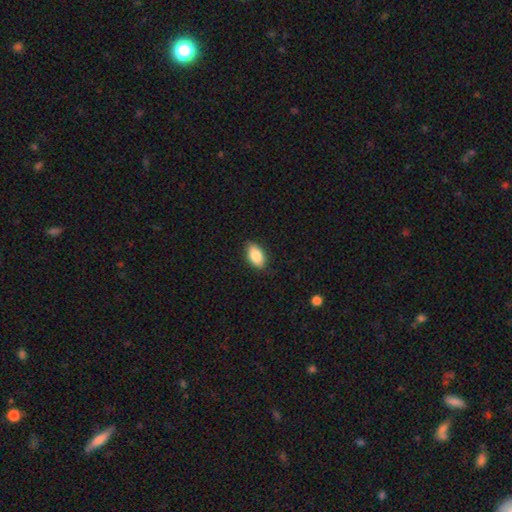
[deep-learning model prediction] A smooth galaxy with no disk features (86%) that is in between round and cigar-shaped (92%).

Vote fractions:
- Smooth or featured? smooth: 86% / featured or disk: 8% / star or artifact: 7%
- How rounded? in between: 92% / round: 5% / cigar-shaped: 3%
- Merging? none: 85% / minor disturbance: 12% / major disturbance: 2% / merger: 1%